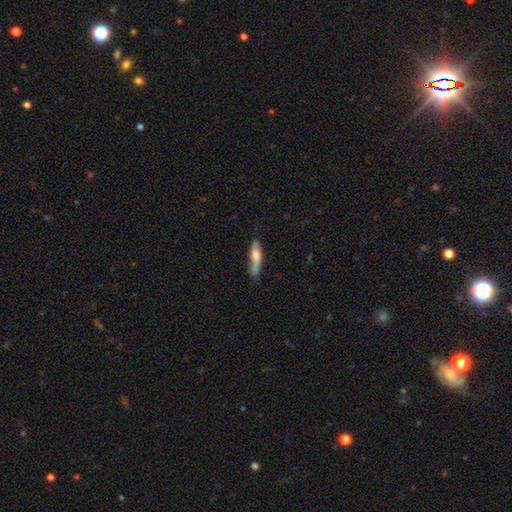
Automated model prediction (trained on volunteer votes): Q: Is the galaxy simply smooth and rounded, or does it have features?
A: smooth — 60%.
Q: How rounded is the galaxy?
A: cigar-shaped — 79%.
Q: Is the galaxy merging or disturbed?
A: none — 63%.